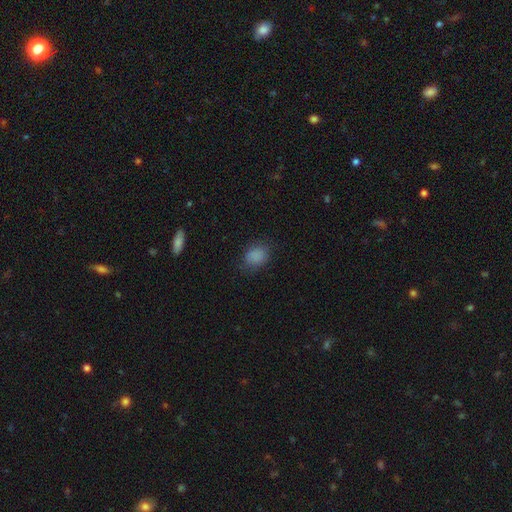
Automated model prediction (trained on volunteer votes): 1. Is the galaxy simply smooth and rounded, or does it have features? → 85% smooth, 10% star or artifact, 5% featured or disk.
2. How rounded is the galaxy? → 58% in between, 41% round, 1% cigar-shaped.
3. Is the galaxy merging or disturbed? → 74% none, 19% minor disturbance, 6% major disturbance, 1% merger.